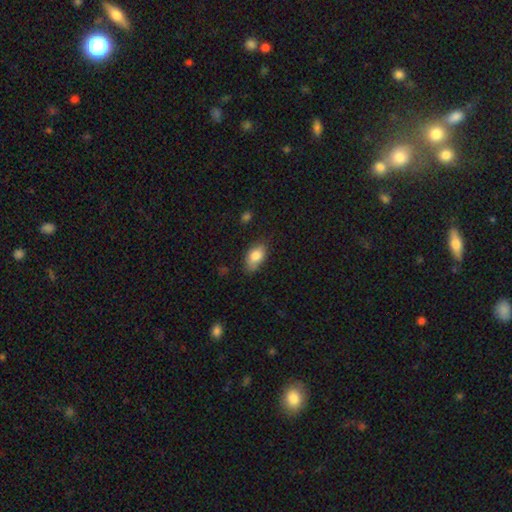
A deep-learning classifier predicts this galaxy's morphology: type=smooth (82%); roundness=in between (90%); merging=none (69%).